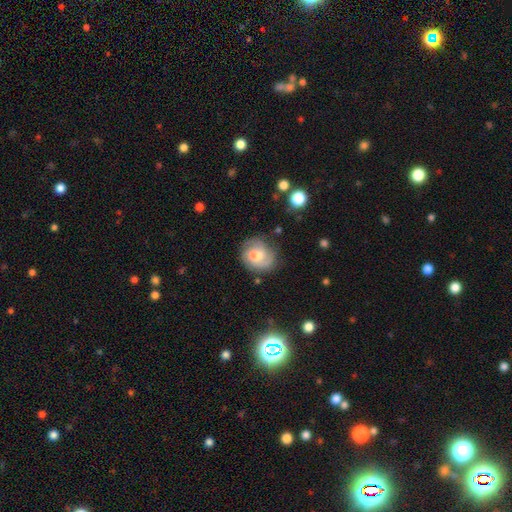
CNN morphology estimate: This is possibly a featured or disk galaxy (55%). It is clearly not viewed edge-on (97%). Bar: possibly no (51%). Spiral arm pattern: clearly yes (81%). Central bulge: possibly moderate (57%). Merging: possibly none (58%).